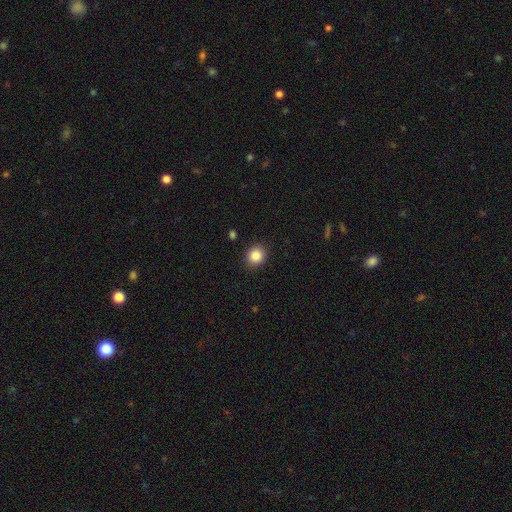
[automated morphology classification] Overall: smooth (86%). How rounded: round (81%). Merging: none (90%).